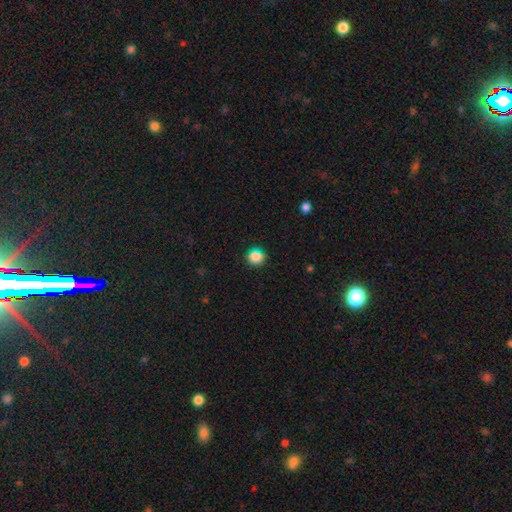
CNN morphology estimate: Overall: smooth (82%). How rounded: round (87%). Merging: none (84%).